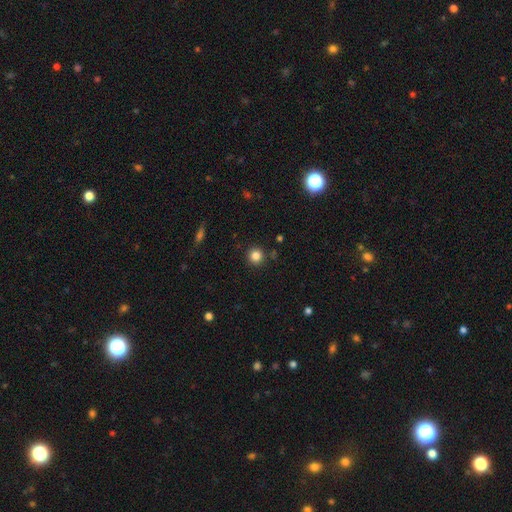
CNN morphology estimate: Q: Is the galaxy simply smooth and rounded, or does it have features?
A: smooth — 83%.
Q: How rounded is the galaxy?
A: round — 94%.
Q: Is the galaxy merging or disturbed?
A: none — 89%.